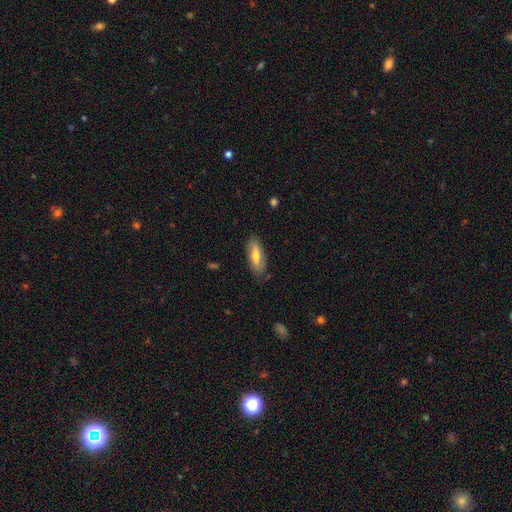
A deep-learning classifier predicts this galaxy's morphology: The model was most divided on "smooth or featured": smooth: 58%, featured or disk: 36%, star or artifact: 7%. More confident: merging — none (80%); how rounded — in between (72%).